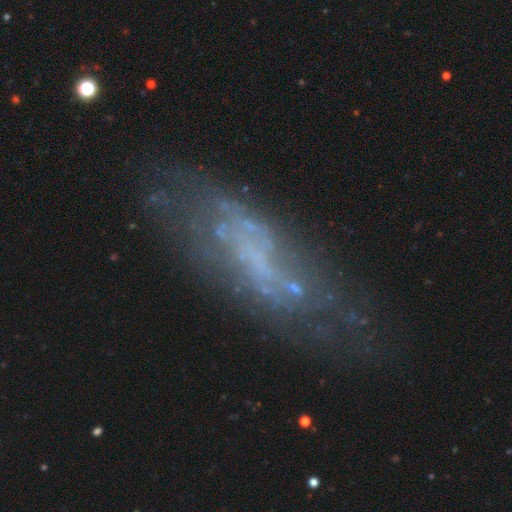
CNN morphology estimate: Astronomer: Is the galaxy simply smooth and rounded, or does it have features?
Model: featured or disk — 60%.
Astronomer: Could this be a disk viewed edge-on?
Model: no — 80%.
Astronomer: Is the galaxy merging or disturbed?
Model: none — 55%.